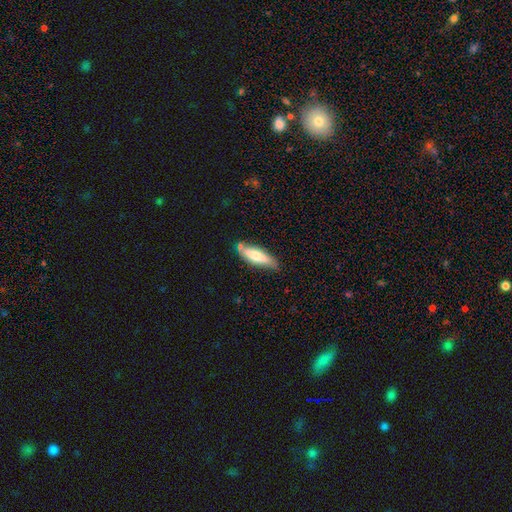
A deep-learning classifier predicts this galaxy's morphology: smooth 66%, featured or disk 28%, star or artifact 6%. Down the decision tree: how rounded — cigar-shaped (49%, tied with in between); merging — none (65%).